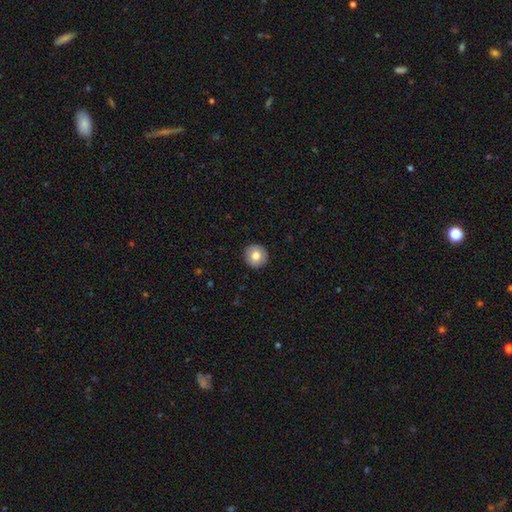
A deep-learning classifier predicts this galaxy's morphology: This is likely a smooth galaxy (78%). How rounded: clearly round (95%). Merging: clearly none (92%).